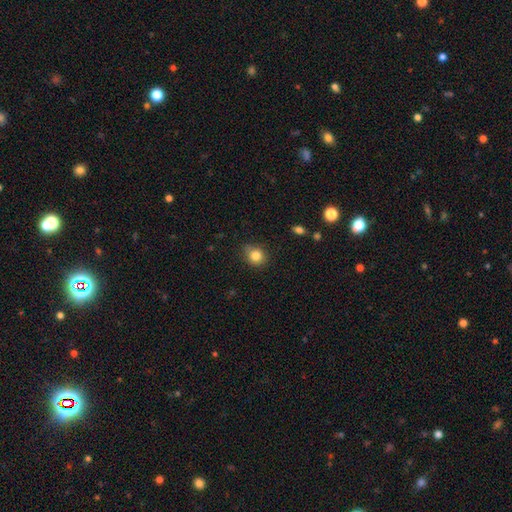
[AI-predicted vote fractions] smooth_or_featured: smooth (p=0.83) [alt: star or artifact p=0.11]
how_rounded: round (p=0.74) [alt: in between p=0.25]
merging: none (p=0.75) [alt: minor disturbance p=0.20]